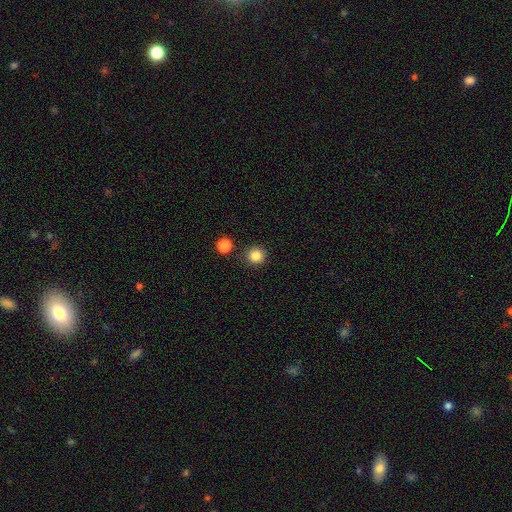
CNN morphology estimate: Smooth or featured: smooth — 85% (star or artifact — 11%)
How rounded: round — 95% (in between — 5%)
Merging: none — 88% (minor disturbance — 6%)